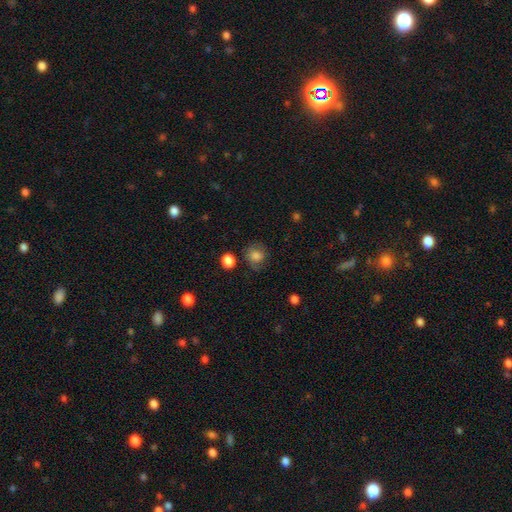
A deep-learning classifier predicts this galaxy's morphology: smooth 76%, featured or disk 13%, star or artifact 10%. Down the decision tree: how rounded — round (78%); merging — none (69%).